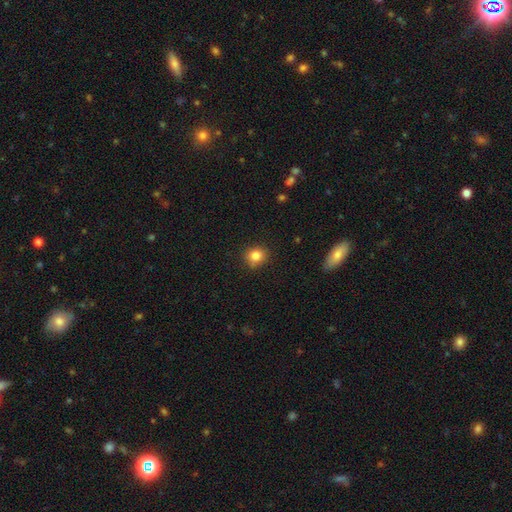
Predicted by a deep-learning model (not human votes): A smooth galaxy with no disk features (84%) that is round (79%).

Vote fractions:
- Smooth or featured? smooth: 84% / star or artifact: 11% / featured or disk: 6%
- How rounded? round: 79% / in between: 20% / cigar-shaped: 1%
- Merging? none: 85% / minor disturbance: 11% / major disturbance: 2% / merger: 1%